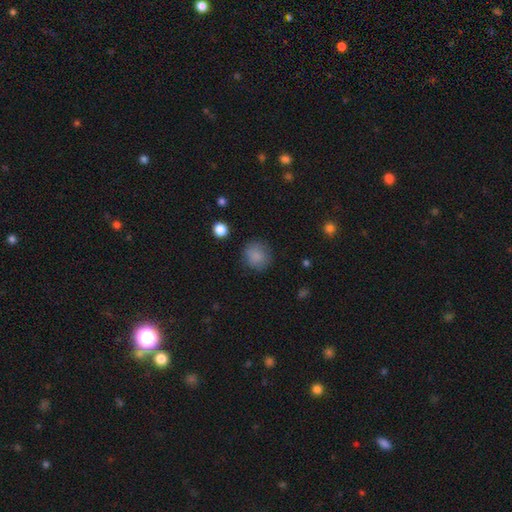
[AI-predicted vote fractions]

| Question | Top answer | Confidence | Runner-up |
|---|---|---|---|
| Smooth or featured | smooth | 84% | star or artifact (10%) |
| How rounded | round | 87% | in between (12%) |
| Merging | none | 80% | minor disturbance (14%) |